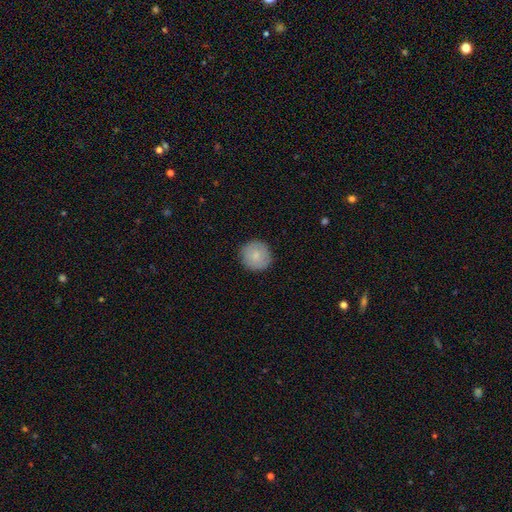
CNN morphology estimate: Q: Smooth or featured?
A: smooth (81%); runner-up: featured or disk (12%)
Q: How rounded?
A: round (95%); runner-up: in between (4%)
Q: Merging?
A: none (90%); runner-up: minor disturbance (8%)